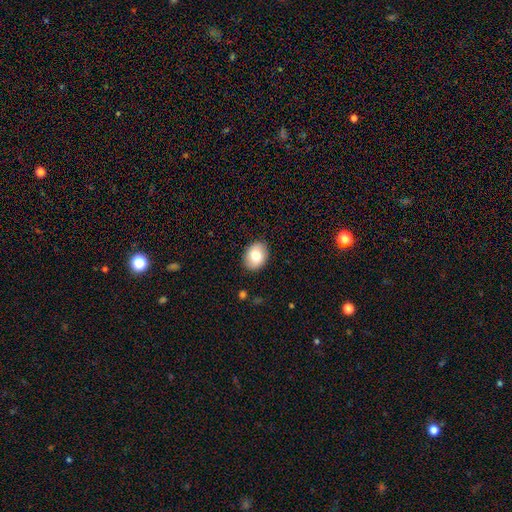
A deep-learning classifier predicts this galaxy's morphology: The model was most divided on "how rounded": in between: 60%, round: 39%, cigar-shaped: 1%. More confident: merging — none (89%); smooth or featured — smooth (77%).